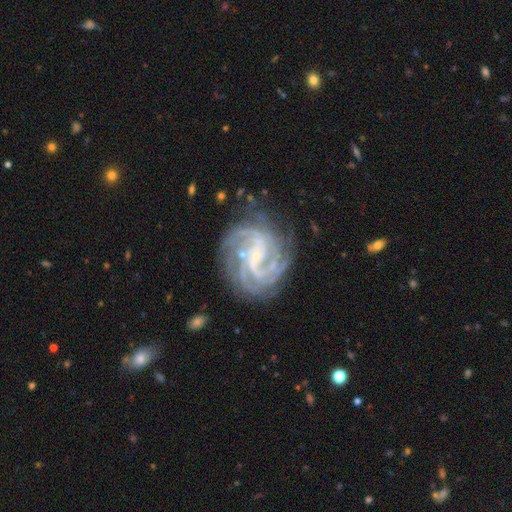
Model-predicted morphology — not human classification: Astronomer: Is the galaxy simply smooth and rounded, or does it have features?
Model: featured or disk — 89%.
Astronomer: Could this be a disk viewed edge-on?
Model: no — 98%.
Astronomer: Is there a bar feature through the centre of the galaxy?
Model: no — 43% (runner-up: weak, 39%).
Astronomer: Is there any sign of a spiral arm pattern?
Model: yes — 98%.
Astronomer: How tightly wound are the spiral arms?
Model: tight — 64%.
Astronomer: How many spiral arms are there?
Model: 4 — 29% (runner-up: 3, 21%).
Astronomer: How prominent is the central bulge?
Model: small — 78%.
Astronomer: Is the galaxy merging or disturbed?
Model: none — 75%.